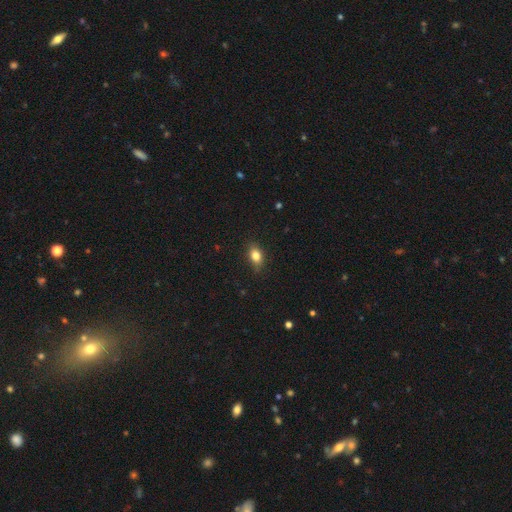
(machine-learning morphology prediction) Overall: smooth (82%). How rounded: in between (79%). Merging: none (80%).